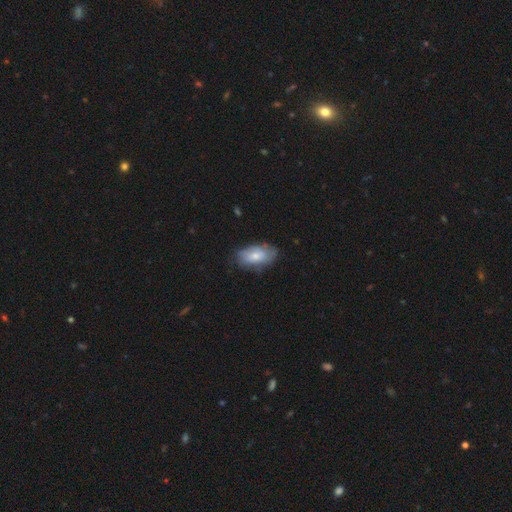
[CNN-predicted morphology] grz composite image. It shows a smooth galaxy with no disk features (63%) that is in between round and cigar-shaped (92%). Merging: none (65%).